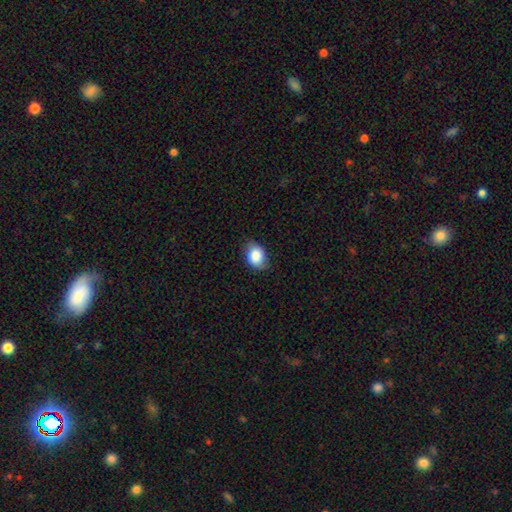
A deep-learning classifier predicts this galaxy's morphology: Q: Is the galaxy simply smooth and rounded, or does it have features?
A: smooth — 85%.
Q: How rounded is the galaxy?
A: in between — 71%.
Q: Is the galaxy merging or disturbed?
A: none — 76%.